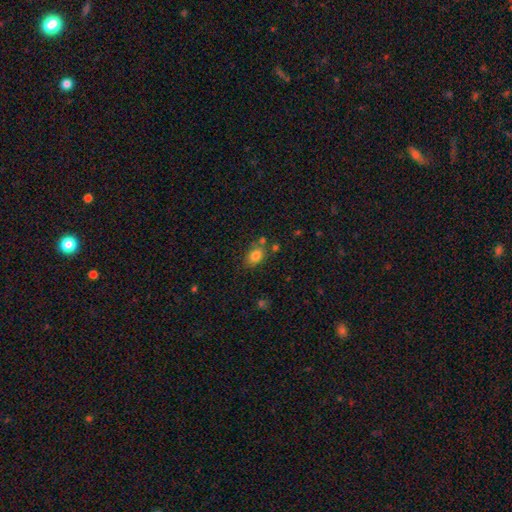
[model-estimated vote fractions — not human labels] A smooth galaxy with no disk features (82%) that is in between round and cigar-shaped (77%).

Vote fractions:
- Smooth or featured? smooth: 82% / star or artifact: 10% / featured or disk: 8%
- How rounded? in between: 77% / round: 22% / cigar-shaped: 1%
- Merging? none: 67% / minor disturbance: 16% / merger: 12% / major disturbance: 5%